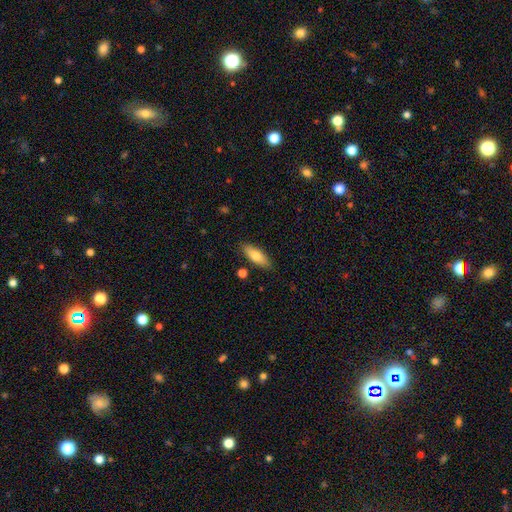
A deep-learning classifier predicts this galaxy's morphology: Q: Smooth or featured?
A: smooth (75%); runner-up: featured or disk (19%)
Q: How rounded?
A: in between (67%); runner-up: cigar-shaped (31%)
Q: Merging?
A: none (84%); runner-up: minor disturbance (11%)